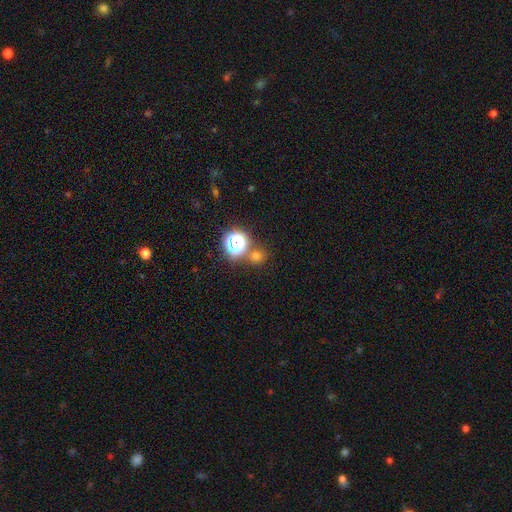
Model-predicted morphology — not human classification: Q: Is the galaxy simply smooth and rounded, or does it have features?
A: smooth — 61%.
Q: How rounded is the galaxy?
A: round — 85%.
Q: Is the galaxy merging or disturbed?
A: none — 72%.